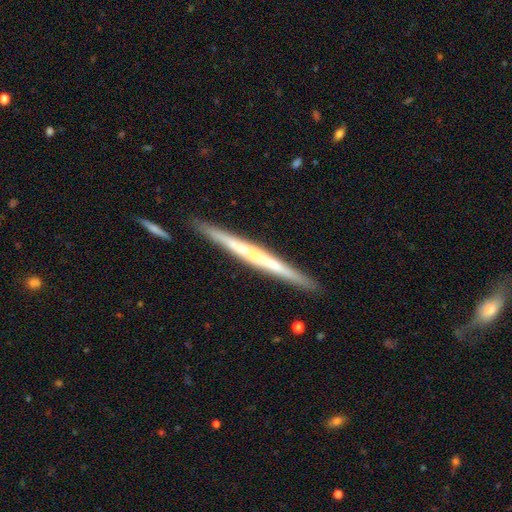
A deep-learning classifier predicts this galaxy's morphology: smooth_or_featured: featured or disk (p=0.62) [alt: smooth p=0.33]
disk_edge_on: yes (p=0.97) [alt: no p=0.03]
edge_on_bulge: none (p=0.79) [alt: rounded p=0.14]
merging: none (p=0.89) [alt: minor disturbance p=0.08]